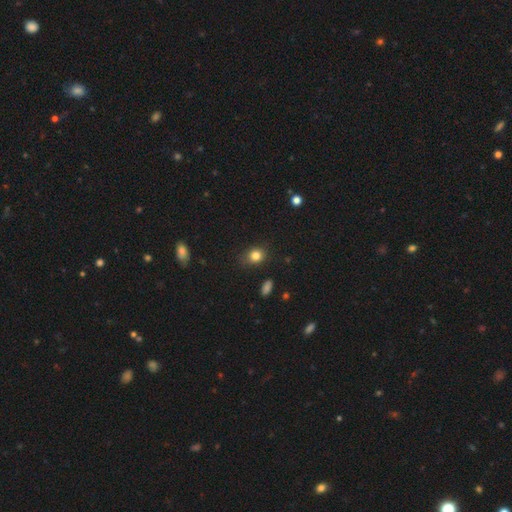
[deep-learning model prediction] smooth-or-featured: smooth: 83% | star or artifact: 12% | featured or disk: 6%
  how-rounded: round: 65% | in between: 34% | cigar-shaped: 1%
  merging: none: 76% | minor disturbance: 18% | major disturbance: 4% | merger: 2%